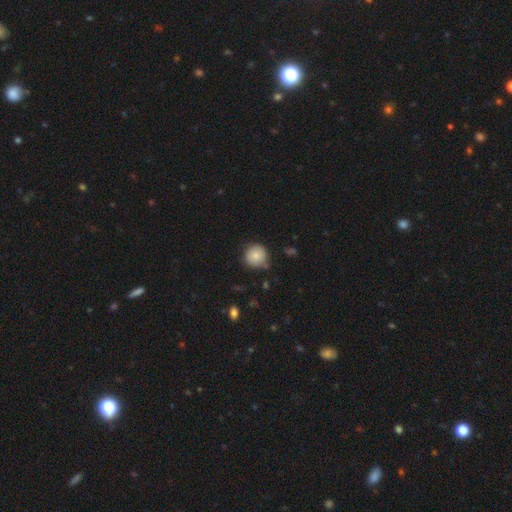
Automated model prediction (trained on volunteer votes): smooth 83%, star or artifact 9%, featured or disk 8%. Down the decision tree: how rounded — round (92%); merging — none (78%).